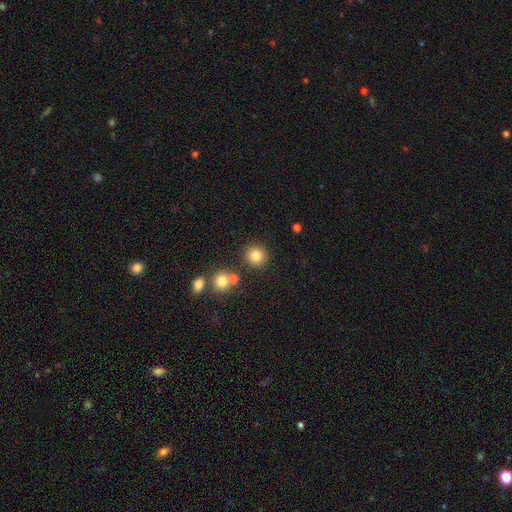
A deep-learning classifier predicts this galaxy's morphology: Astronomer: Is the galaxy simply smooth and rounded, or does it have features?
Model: smooth — 82%.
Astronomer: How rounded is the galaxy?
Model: round — 91%.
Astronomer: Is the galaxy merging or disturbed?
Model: none — 84%.